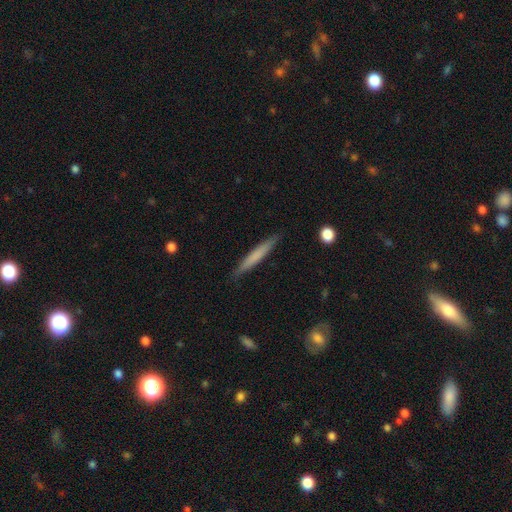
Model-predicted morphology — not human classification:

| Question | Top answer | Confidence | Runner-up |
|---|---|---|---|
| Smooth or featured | smooth | 64% | featured or disk (31%) |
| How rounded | cigar-shaped | 96% | in between (3%) |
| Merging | none | 88% | minor disturbance (9%) |